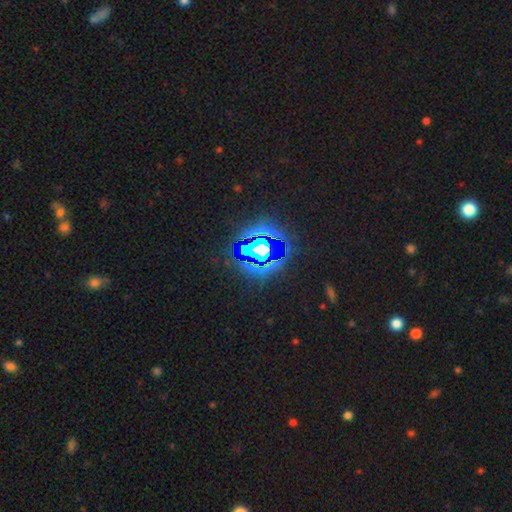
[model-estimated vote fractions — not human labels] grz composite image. It shows a star or artifact, not a galaxy (80%).